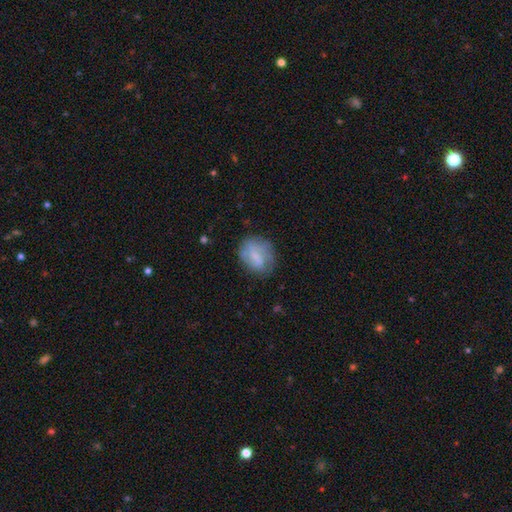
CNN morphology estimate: A smooth galaxy with no disk features (50%) that is in between round and cigar-shaped (58%).

Vote fractions:
- Smooth or featured? smooth: 50% / featured or disk: 41% / star or artifact: 8%
- How rounded? in between: 58% / round: 40% / cigar-shaped: 2%
- Merging? none: 60% / minor disturbance: 25% / major disturbance: 13% / merger: 2%